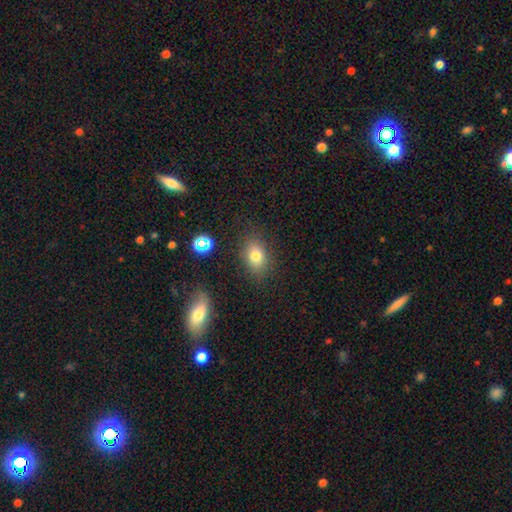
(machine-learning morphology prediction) Smooth or featured?
  - smooth: 77% *
  - star or artifact: 13%
  - featured or disk: 10%
How rounded?
  - in between: 73% *
  - round: 25%
  - cigar-shaped: 2%
Merging?
  - none: 82% *
  - minor disturbance: 12%
  - major disturbance: 4%
  - merger: 2%